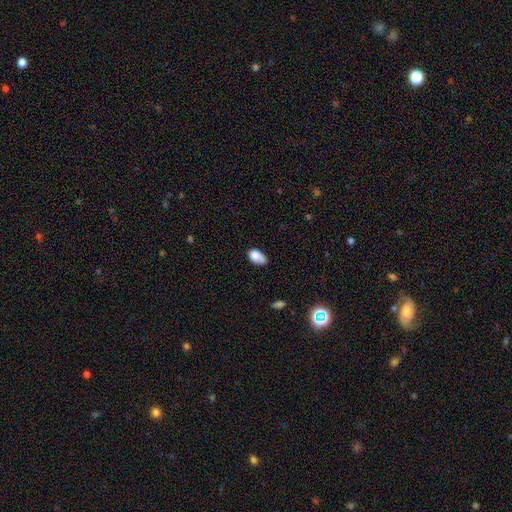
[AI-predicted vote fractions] This is clearly a smooth galaxy (80%). How rounded: clearly in between (89%). Merging: possibly none (46%).